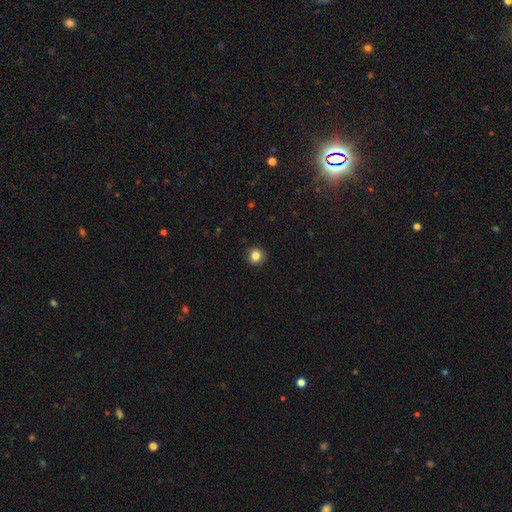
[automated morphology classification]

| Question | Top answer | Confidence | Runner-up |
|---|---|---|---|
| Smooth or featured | smooth | 84% | star or artifact (11%) |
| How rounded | round | 94% | in between (5%) |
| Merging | none | 92% | minor disturbance (5%) |